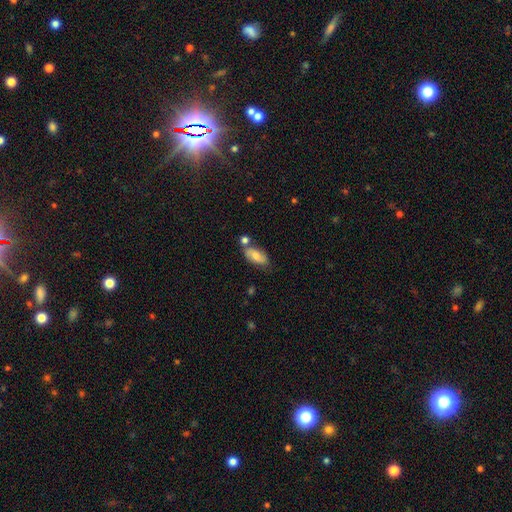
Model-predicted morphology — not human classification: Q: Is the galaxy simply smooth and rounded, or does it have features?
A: smooth — 68%.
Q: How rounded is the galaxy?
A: in between — 88%.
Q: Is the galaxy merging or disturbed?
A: none — 62%.